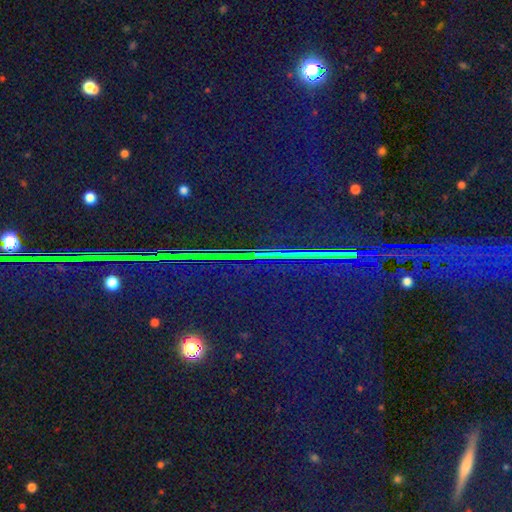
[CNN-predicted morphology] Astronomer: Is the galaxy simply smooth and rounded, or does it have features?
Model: star or artifact — 87%.